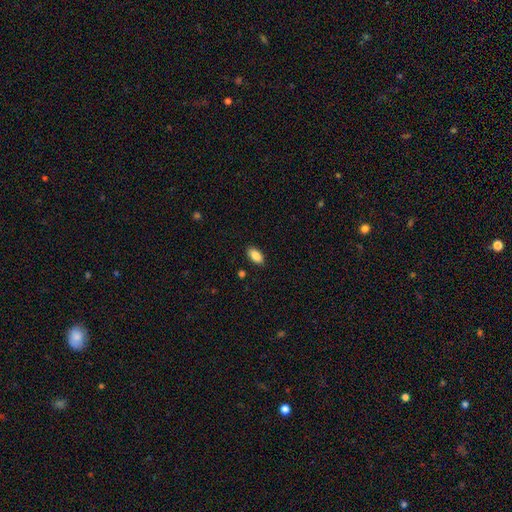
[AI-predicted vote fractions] Overall: smooth (87%). How rounded: in between (93%). Merging: none (88%).